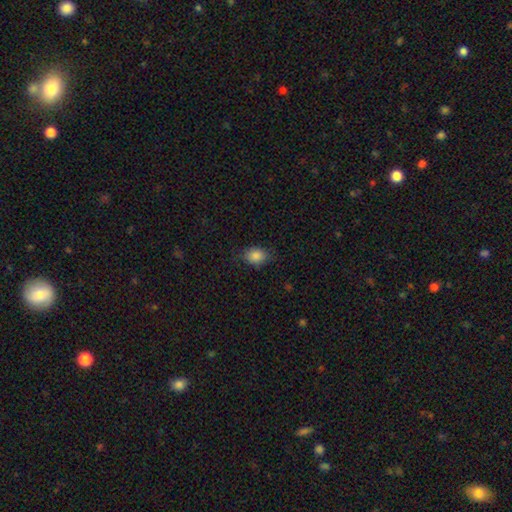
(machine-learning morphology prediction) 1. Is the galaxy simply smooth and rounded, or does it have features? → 86% smooth, 9% star or artifact, 5% featured or disk.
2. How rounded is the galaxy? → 66% in between, 32% round, 1% cigar-shaped.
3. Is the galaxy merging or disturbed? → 79% none, 17% minor disturbance, 4% major disturbance, 1% merger.